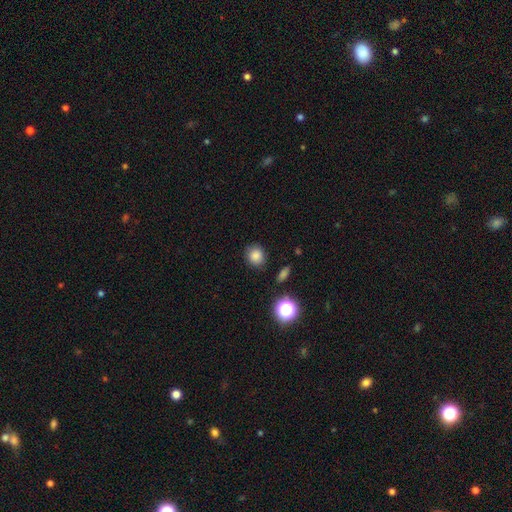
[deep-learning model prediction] Smooth or featured? Predicted: smooth (p=0.83). How rounded? Predicted: round (p=0.79). Merging? Predicted: none (p=0.84).